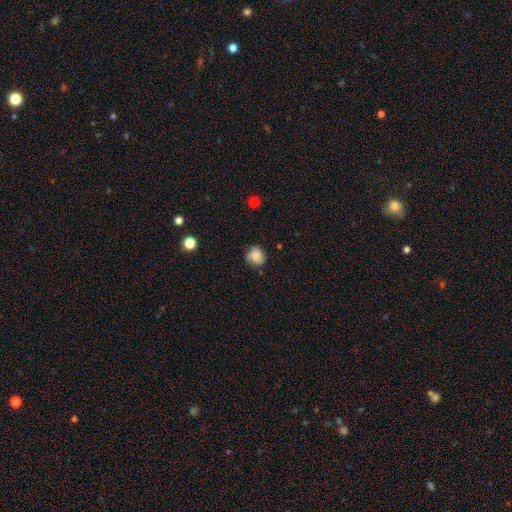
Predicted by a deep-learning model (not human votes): Smooth or featured?
  - smooth: 77% *
  - featured or disk: 13%
  - star or artifact: 10%
How rounded?
  - round: 79% *
  - in between: 20%
  - cigar-shaped: 1%
Merging?
  - none: 68% *
  - minor disturbance: 24%
  - major disturbance: 6%
  - merger: 3%